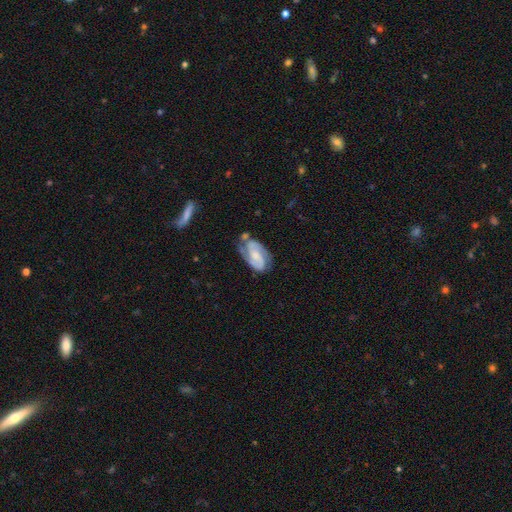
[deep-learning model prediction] Smooth or featured? featured or disk (80%)
Edge-on disk? no (97%)
Bar? no (47%)
Spiral arms? yes (95%)
Spiral winding? medium (44%)
Spiral arm count? 2 (85%)
Bulge size? small (38%)
Merging? none (58%)